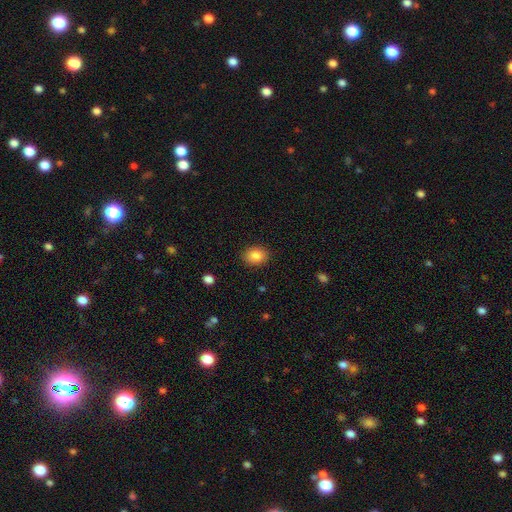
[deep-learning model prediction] The model was most divided on "how rounded": in between: 59%, round: 40%, cigar-shaped: 1%. More confident: merging — none (88%); smooth or featured — smooth (87%).